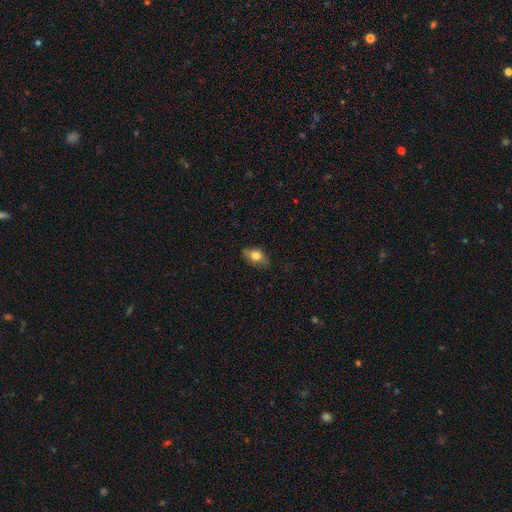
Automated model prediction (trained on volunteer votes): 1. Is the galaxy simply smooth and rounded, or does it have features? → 70% smooth, 22% featured or disk, 8% star or artifact.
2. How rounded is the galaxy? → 82% in between, 11% round, 7% cigar-shaped.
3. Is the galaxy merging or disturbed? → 80% none, 16% minor disturbance, 3% major disturbance, 1% merger.